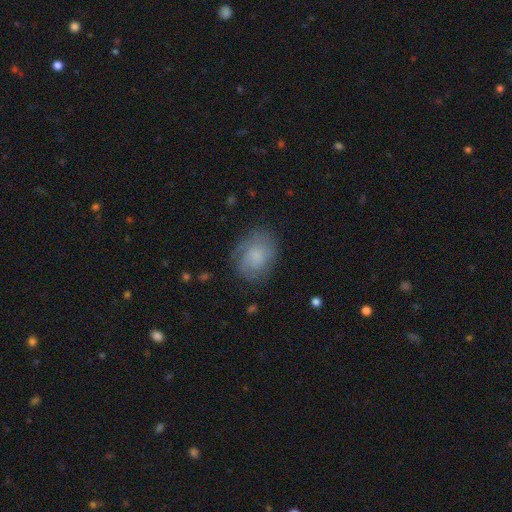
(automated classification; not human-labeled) The model was most divided on "smooth or featured": smooth: 48%, featured or disk: 43%, star or artifact: 9%. More confident: merging — none (68%).